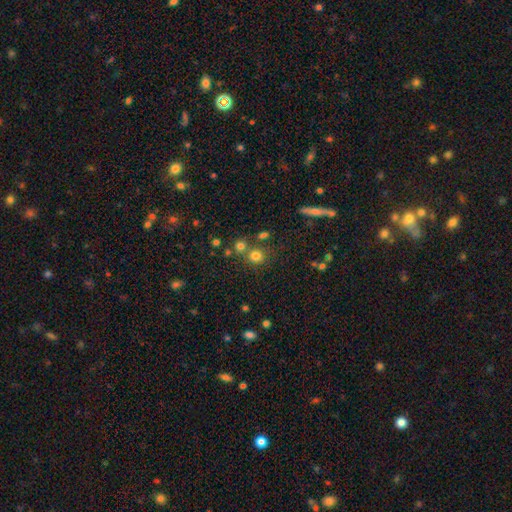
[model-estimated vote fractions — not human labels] This appears to be a smooth galaxy with no disk features (75%) that is round (88%). Merging: none (68%).